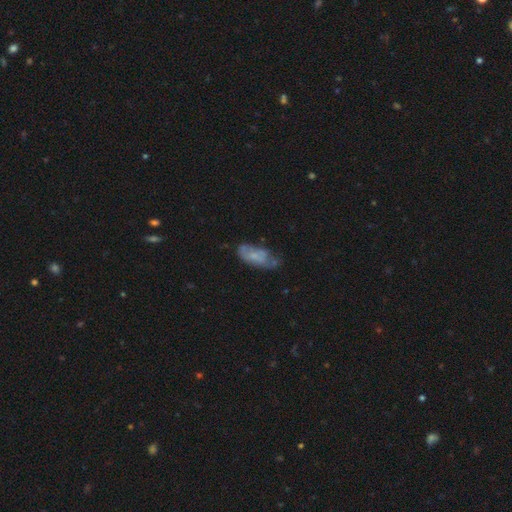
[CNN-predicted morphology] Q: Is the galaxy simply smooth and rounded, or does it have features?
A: smooth — 51%.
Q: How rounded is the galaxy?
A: in between — 82%.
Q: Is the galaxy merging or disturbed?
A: none — 47%.